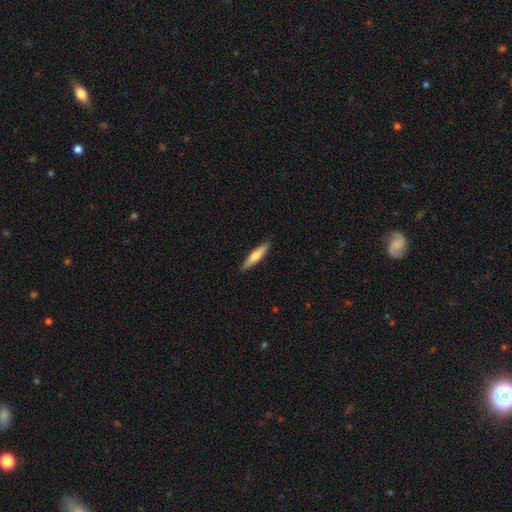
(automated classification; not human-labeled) smooth-or-featured: smooth: 65% | featured or disk: 30% | star or artifact: 5%
  how-rounded: cigar-shaped: 87% | in between: 12% | round: 1%
  merging: none: 90% | minor disturbance: 7% | major disturbance: 1% | merger: 1%